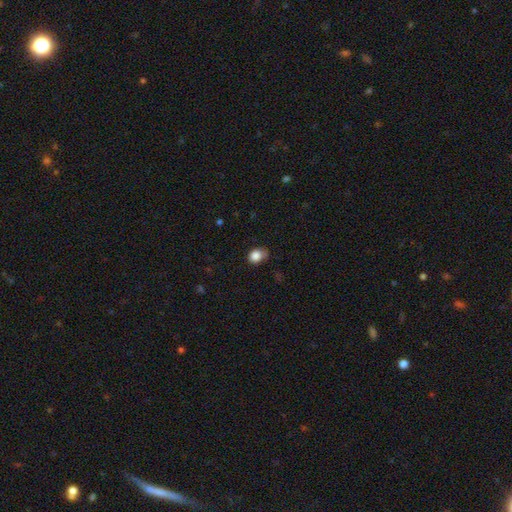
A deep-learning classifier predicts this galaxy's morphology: Smooth or featured: smooth — 85% (star or artifact — 9%)
How rounded: in between — 57% (round — 42%)
Merging: none — 59% (minor disturbance — 32%)